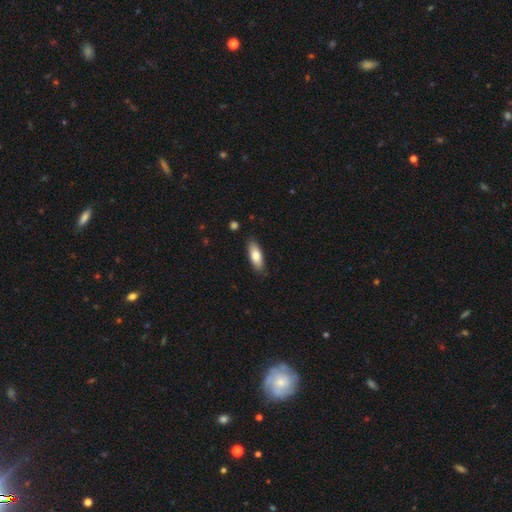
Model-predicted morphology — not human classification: The model was most divided on "how rounded": in between: 71%, cigar-shaped: 27%, round: 2%. More confident: merging — none (84%); smooth or featured — smooth (79%).